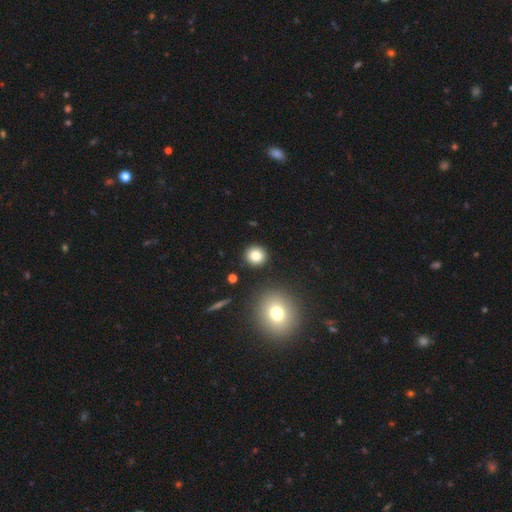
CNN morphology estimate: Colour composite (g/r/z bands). It shows a smooth galaxy with no disk features (80%) that is round (90%). Merging: none (90%).